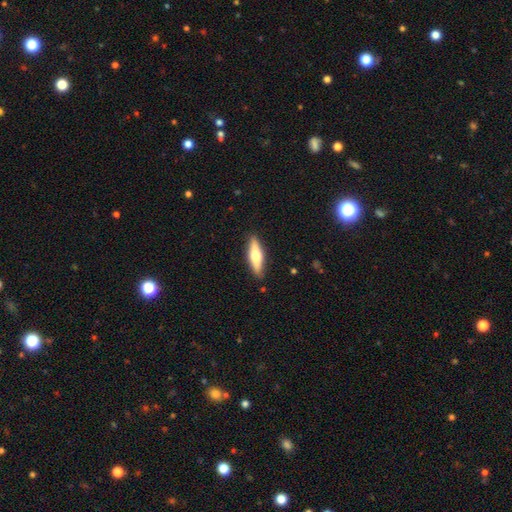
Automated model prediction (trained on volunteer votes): A smooth galaxy with no disk features (50%) that is cigar-shaped (65%). Merging: none (89%).